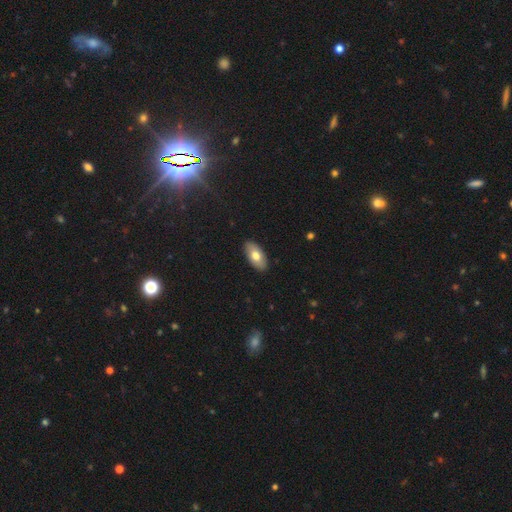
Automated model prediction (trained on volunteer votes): smooth 72%, featured or disk 22%, star or artifact 6%. Down the decision tree: how rounded — in between (94%); merging — none (89%).